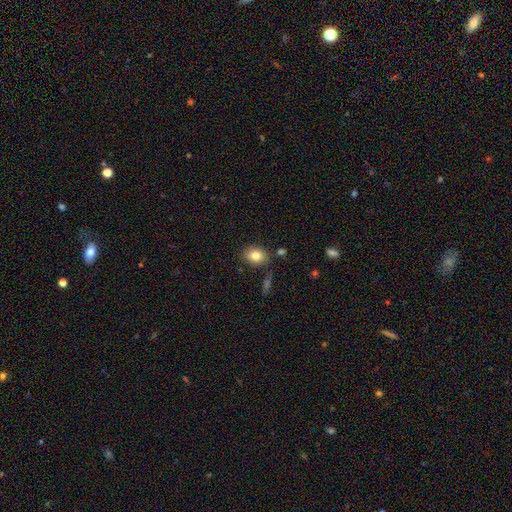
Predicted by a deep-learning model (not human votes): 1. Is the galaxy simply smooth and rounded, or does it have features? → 81% smooth, 9% featured or disk, 9% star or artifact.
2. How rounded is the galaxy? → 61% in between, 38% round, 1% cigar-shaped.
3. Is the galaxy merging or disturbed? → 81% none, 12% minor disturbance, 4% merger, 3% major disturbance.